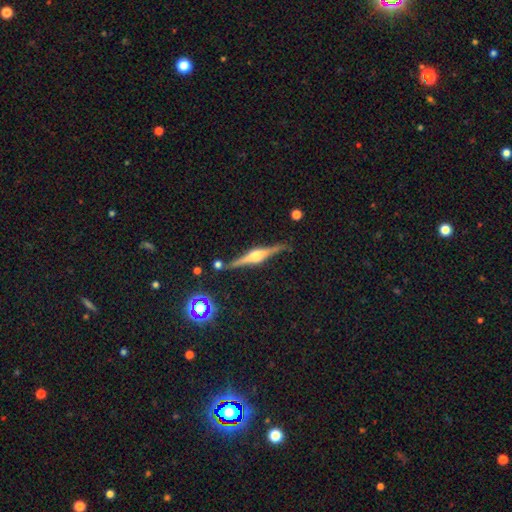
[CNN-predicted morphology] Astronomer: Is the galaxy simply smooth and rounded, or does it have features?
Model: featured or disk — 84%.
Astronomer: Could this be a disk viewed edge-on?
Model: yes — 98%.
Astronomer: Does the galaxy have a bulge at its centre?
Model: rounded — 90%.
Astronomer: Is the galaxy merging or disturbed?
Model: none — 86%.